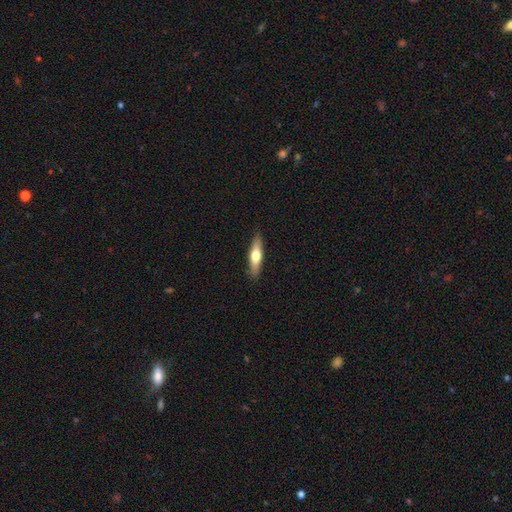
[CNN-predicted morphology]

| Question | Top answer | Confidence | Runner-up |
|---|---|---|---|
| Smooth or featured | smooth | 59% | featured or disk (36%) |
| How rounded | cigar-shaped | 69% | in between (29%) |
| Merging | none | 88% | minor disturbance (9%) |